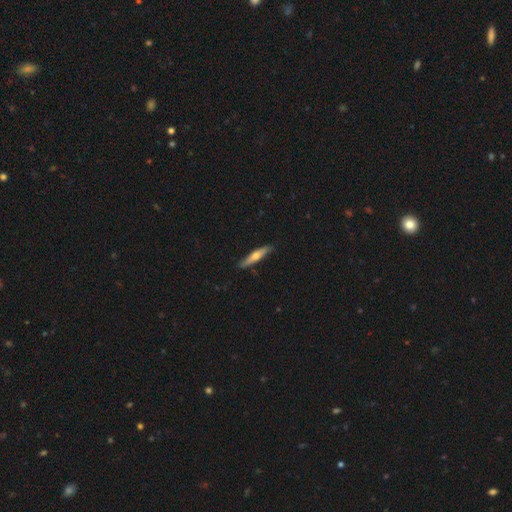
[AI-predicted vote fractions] A smooth galaxy with no disk features (49%). Merging: none (87%).